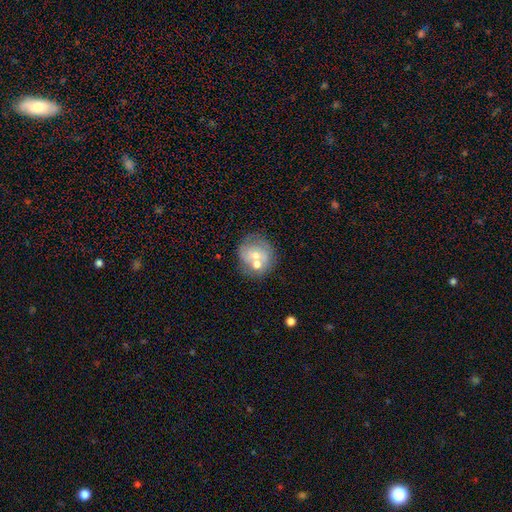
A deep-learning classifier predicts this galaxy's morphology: A smooth galaxy with no disk features (46%). Merging: none (55%).